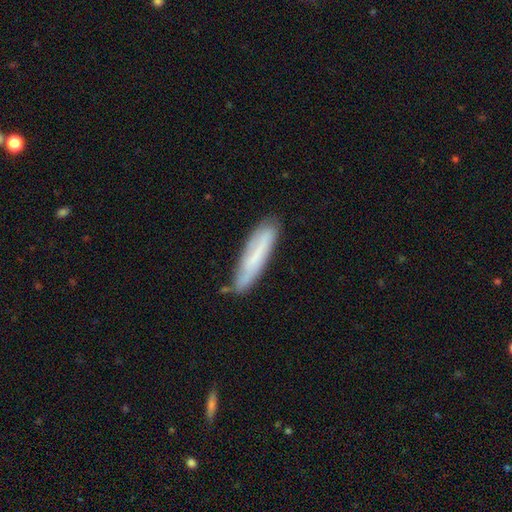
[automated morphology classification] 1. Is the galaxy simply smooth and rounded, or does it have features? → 58% smooth, 35% featured or disk, 7% star or artifact.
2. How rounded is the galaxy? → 81% cigar-shaped, 17% in between, 1% round.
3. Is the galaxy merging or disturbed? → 74% none, 19% minor disturbance, 4% major disturbance, 3% merger.